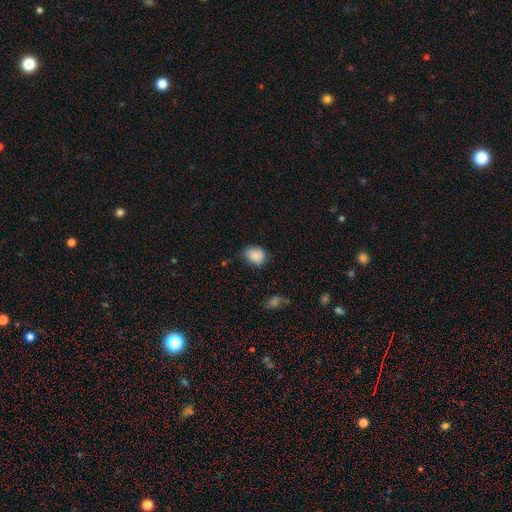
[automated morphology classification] type=smooth (87%); roundness=in between (53%); merging=none (67%).